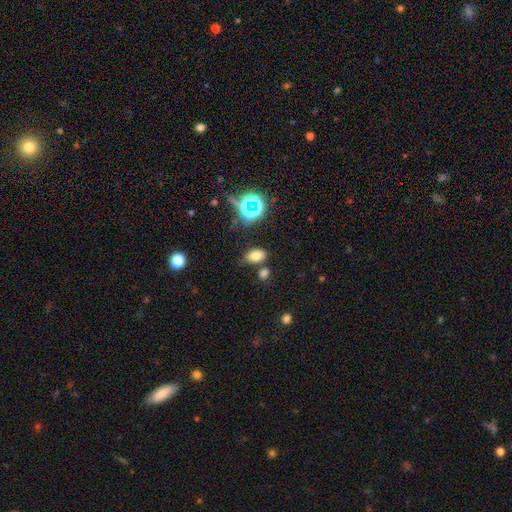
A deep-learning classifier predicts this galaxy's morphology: This is likely a smooth galaxy (73%). How rounded: clearly in between (87%). Merging: likely none (73%).